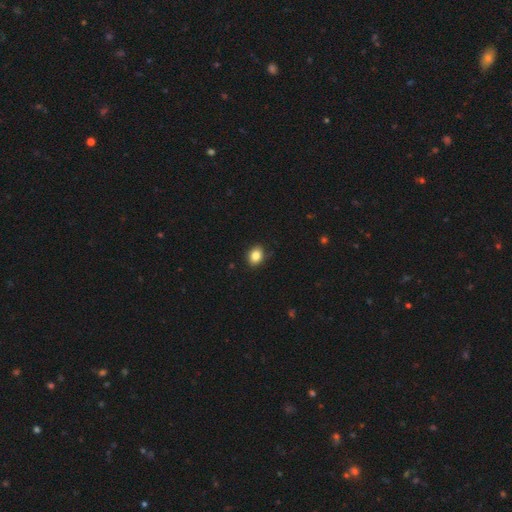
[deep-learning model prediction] Overall: smooth (85%). How rounded: in between (51%; round 48%). Merging: none (86%).